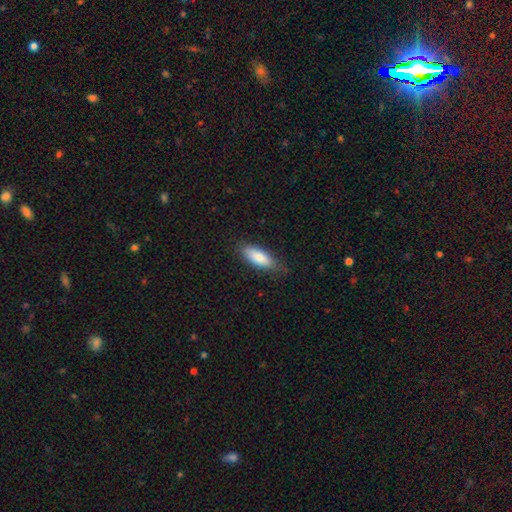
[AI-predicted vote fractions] Smooth or featured? Predicted: smooth (p=0.82). How rounded? Predicted: in between (p=0.69). Merging? Predicted: none (p=0.77).